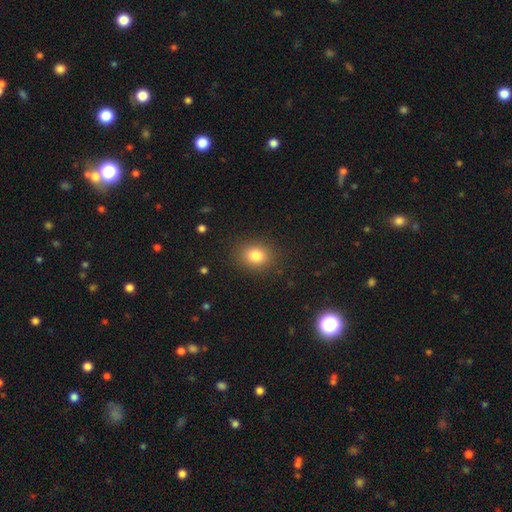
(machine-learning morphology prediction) A smooth galaxy with no disk features (82%) that is round (58%).

Vote fractions:
- Smooth or featured? smooth: 82% / star or artifact: 11% / featured or disk: 7%
- How rounded? round: 58% / in between: 41% / cigar-shaped: 1%
- Merging? none: 87% / minor disturbance: 9% / major disturbance: 3% / merger: 1%